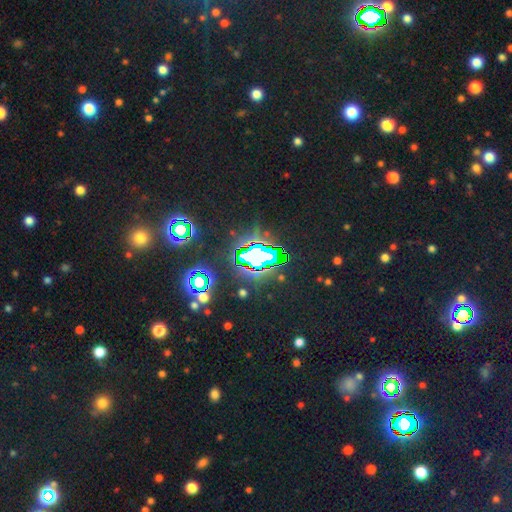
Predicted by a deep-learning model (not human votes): Smooth or featured? star or artifact (74%)